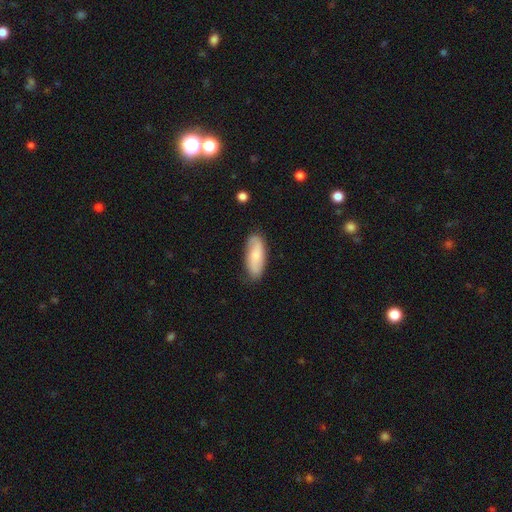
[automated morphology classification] Q: Smooth or featured?
A: smooth (58%); runner-up: featured or disk (36%)
Q: How rounded?
A: in between (77%); runner-up: cigar-shaped (21%)
Q: Merging?
A: none (79%); runner-up: minor disturbance (16%)